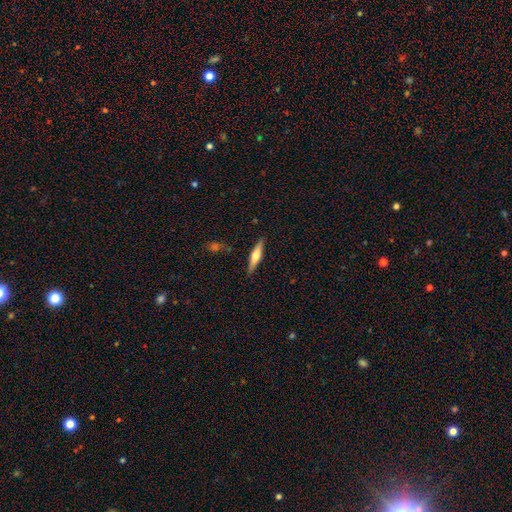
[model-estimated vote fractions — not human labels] A featured or disk galaxy (52%) viewed edge-on (95%). Merging: none (87%).